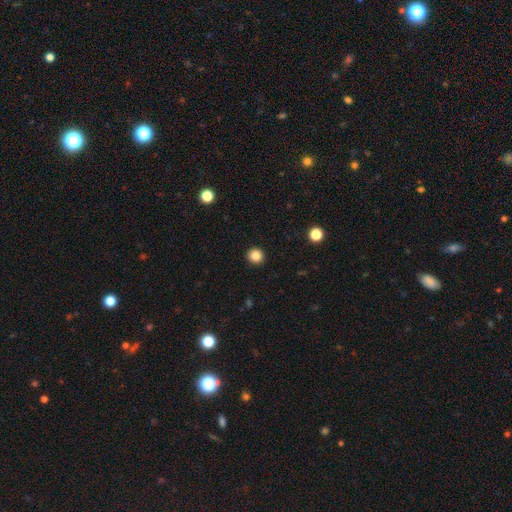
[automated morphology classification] type=smooth (85%); roundness=round (92%); merging=none (93%).